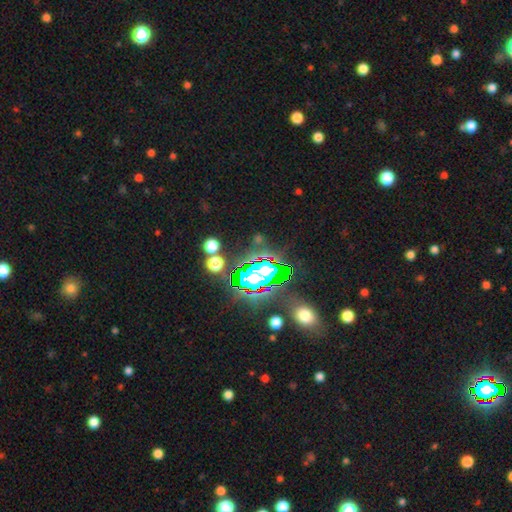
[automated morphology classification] star or artifact 84%, smooth 9%, featured or disk 7%.